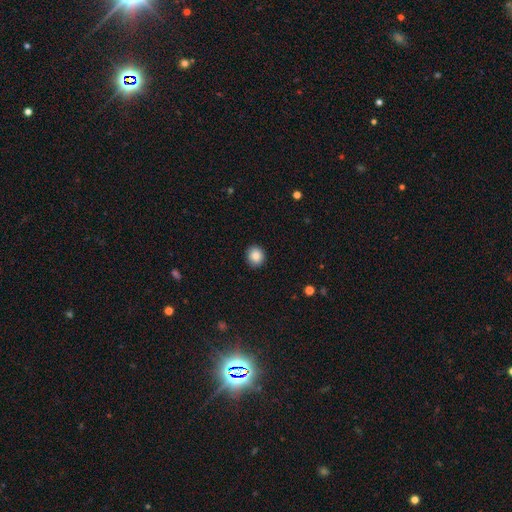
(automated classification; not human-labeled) A smooth galaxy with no disk features (87%) that is round (85%).

Vote fractions:
- Smooth or featured? smooth: 87% / star or artifact: 9% / featured or disk: 4%
- How rounded? round: 85% / in between: 14% / cigar-shaped: 1%
- Merging? none: 90% / minor disturbance: 7% / major disturbance: 2% / merger: 1%